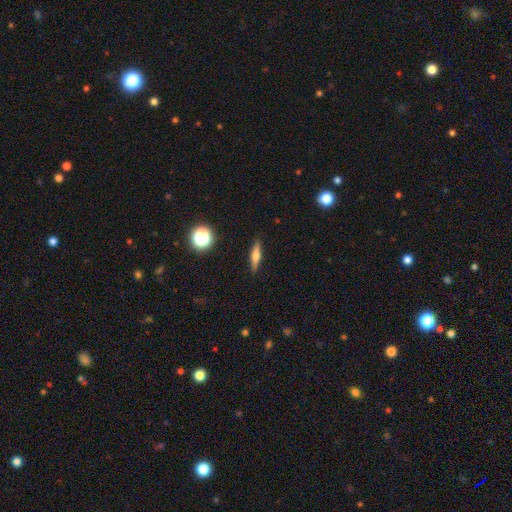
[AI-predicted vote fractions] Smooth or featured: smooth — 48% (featured or disk — 44%)
Merging: none — 89% (minor disturbance — 7%)